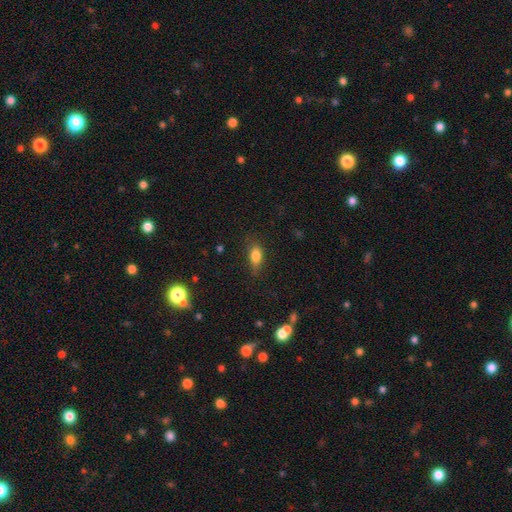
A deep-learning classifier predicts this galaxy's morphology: type=smooth (80%); roundness=in between (80%); merging=none (72%).